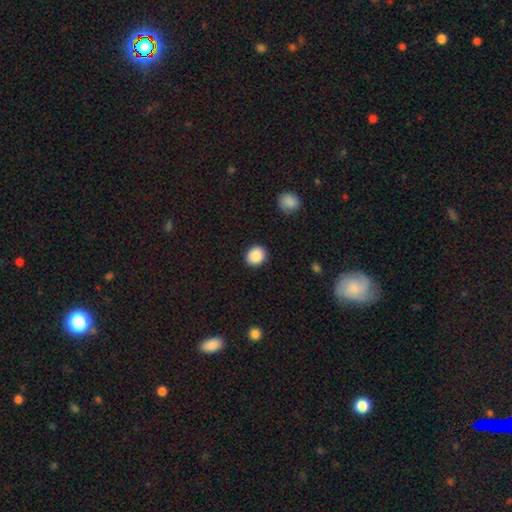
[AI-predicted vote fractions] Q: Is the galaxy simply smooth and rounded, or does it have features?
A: smooth — 89%.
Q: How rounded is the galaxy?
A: round — 71%.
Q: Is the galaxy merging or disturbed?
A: none — 90%.